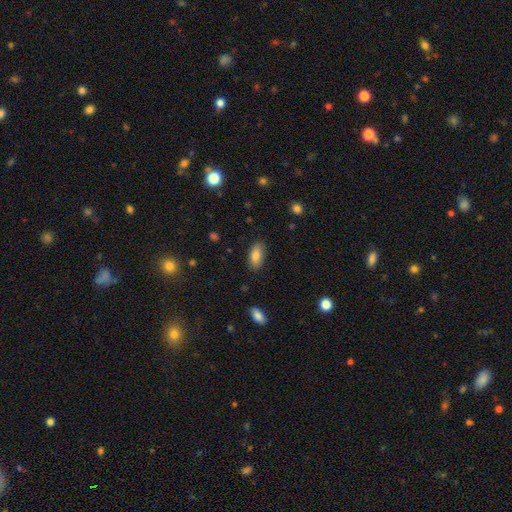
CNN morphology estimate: Smooth or featured? Predicted: smooth (p=0.83). How rounded? Predicted: in between (p=0.87). Merging? Predicted: none (p=0.83).